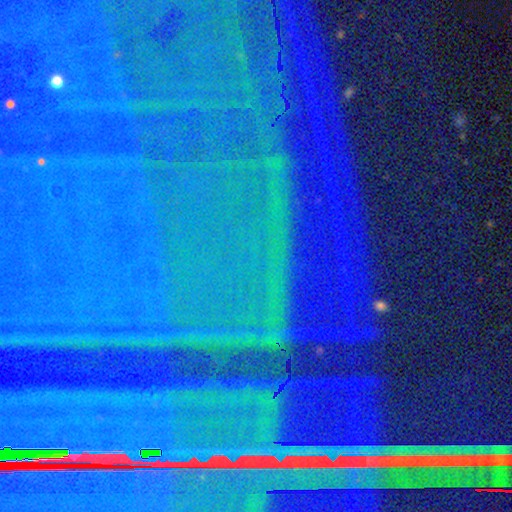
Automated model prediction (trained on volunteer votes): A star or artifact, not a galaxy (87%).

Vote fractions:
- Smooth or featured? star or artifact: 87% / featured or disk: 8% / smooth: 6%